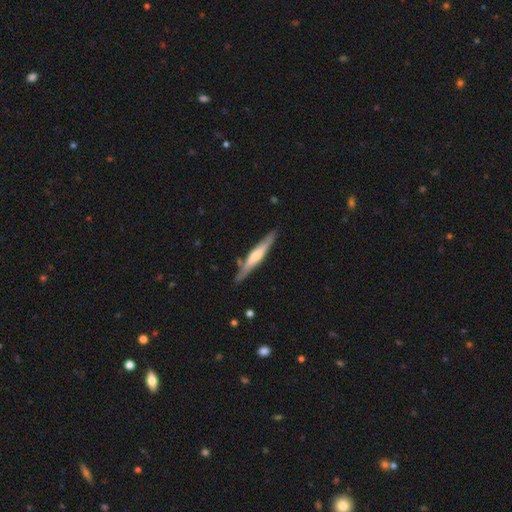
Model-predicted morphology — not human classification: smooth-or-featured: featured or disk: 50% | smooth: 45% | star or artifact: 5%
  merging: none: 82% | minor disturbance: 13% | merger: 3% | major disturbance: 2%